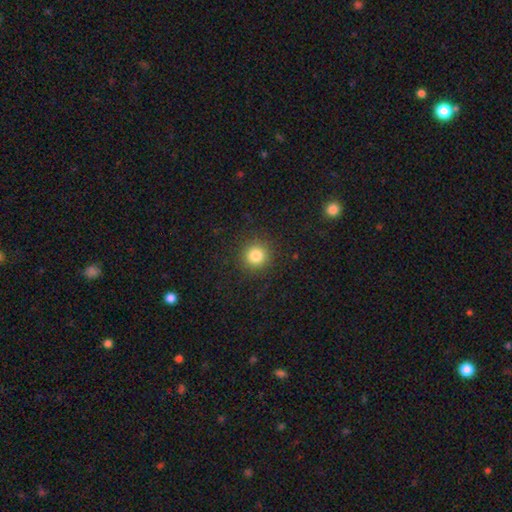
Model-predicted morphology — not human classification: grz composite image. It shows a smooth galaxy with no disk features (82%) that is round (94%). Merging: none (90%).